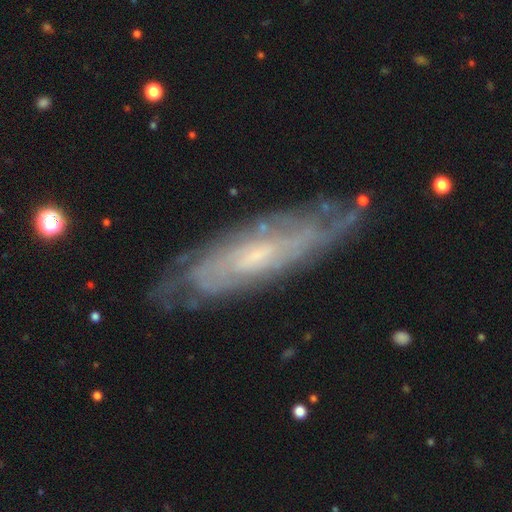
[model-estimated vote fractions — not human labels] Overall: featured or disk (77%). Edge-on disk: no (76%). Bar: no (64%; weak 29%). Spiral arms: yes (88%). Spiral arm count: can't tell (66%). Spiral winding: tight (71%). Bulge size: small (63%; moderate 26%). Merging: none (77%).